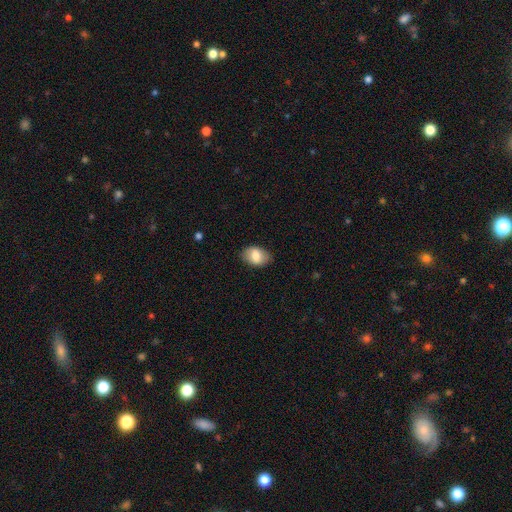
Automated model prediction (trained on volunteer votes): Overall: smooth (77%). How rounded: in between (85%). Merging: none (84%).